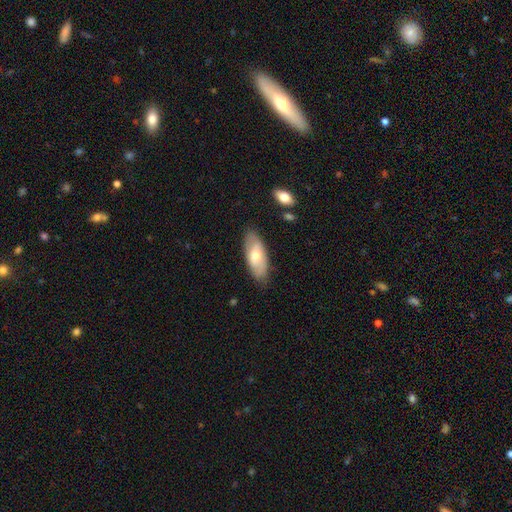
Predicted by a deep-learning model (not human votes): smooth-or-featured: smooth: 56% | featured or disk: 39% | star or artifact: 6%
  how-rounded: in between: 82% | cigar-shaped: 16% | round: 2%
  merging: none: 81% | minor disturbance: 15% | major disturbance: 3% | merger: 2%